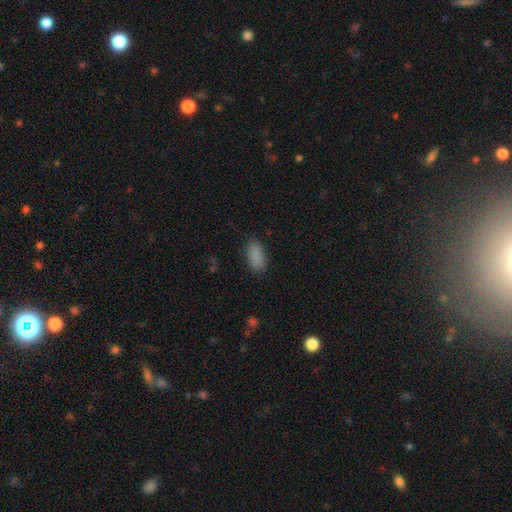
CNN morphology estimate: This appears to be a smooth galaxy with no disk features (88%) that is in between round and cigar-shaped (92%). Merging: none (85%).